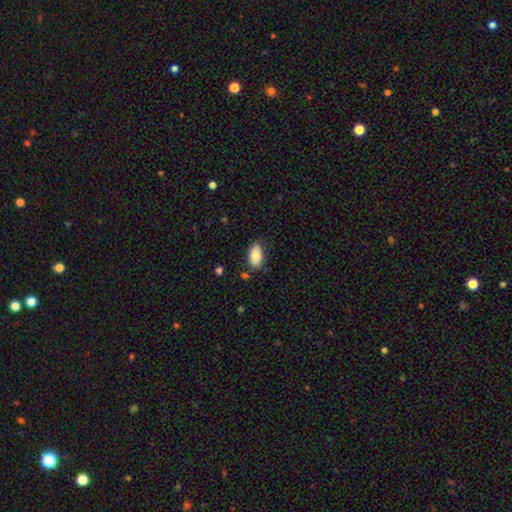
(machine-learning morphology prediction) smooth_or_featured: smooth (p=0.82) [alt: featured or disk p=0.11]
how_rounded: in between (p=0.94) [alt: round p=0.03]
merging: none (p=0.74) [alt: minor disturbance p=0.19]